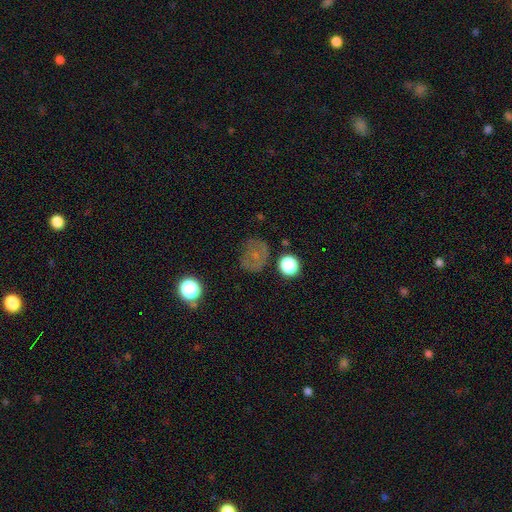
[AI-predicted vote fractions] Overall: smooth (50%; featured or disk 30%). Merging: none (60%; minor disturbance 22%).